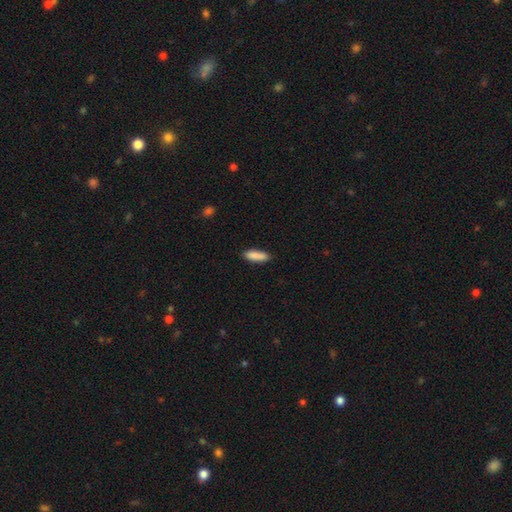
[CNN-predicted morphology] smooth-or-featured: smooth: 89% | star or artifact: 6% | featured or disk: 5%
  how-rounded: in between: 52% | cigar-shaped: 46% | round: 2%
  merging: none: 86% | minor disturbance: 11% | major disturbance: 2% | merger: 1%